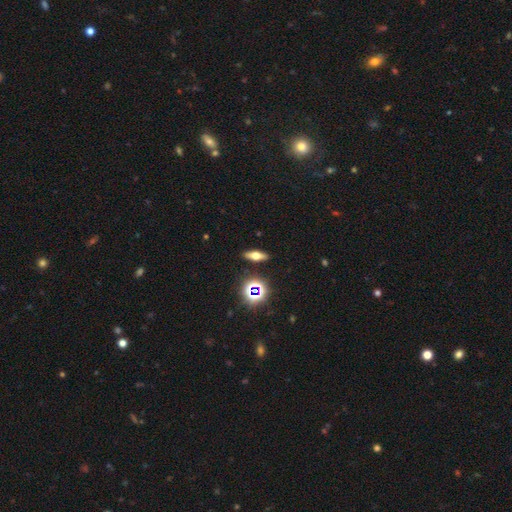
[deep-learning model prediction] This is marginally a smooth galaxy (43%). Merging: clearly none (89%).